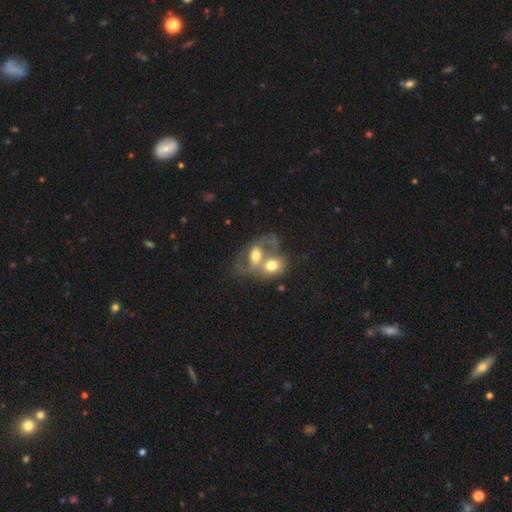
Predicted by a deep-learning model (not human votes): smooth_or_featured: featured or disk (p=0.49) [alt: smooth p=0.42]
merging: merger (p=0.69) [alt: none p=0.17]